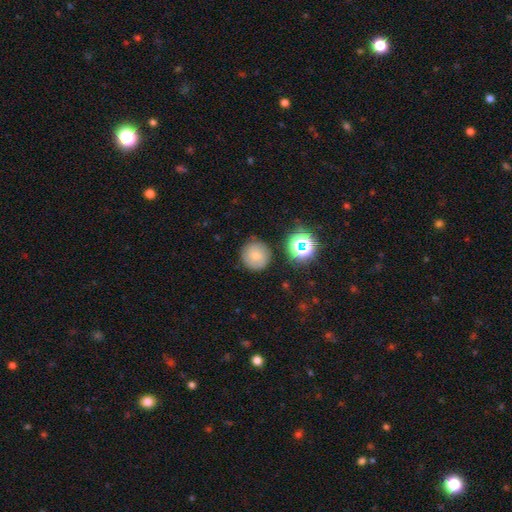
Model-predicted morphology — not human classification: smooth_or_featured: smooth (p=0.71) [alt: star or artifact p=0.15]
how_rounded: round (p=0.94) [alt: in between p=0.05]
merging: none (p=0.84) [alt: minor disturbance p=0.10]